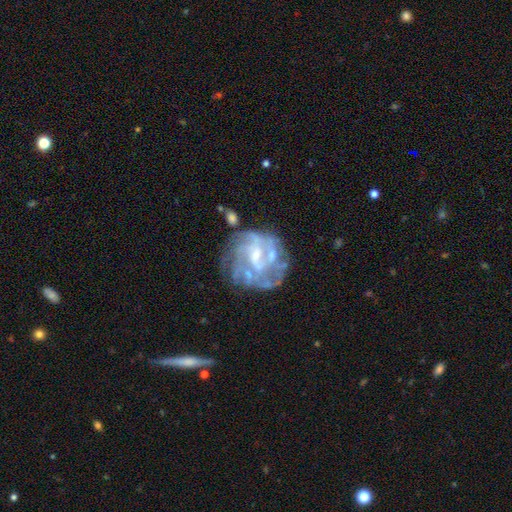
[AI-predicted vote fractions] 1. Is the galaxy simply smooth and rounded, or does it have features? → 79% featured or disk, 12% smooth, 9% star or artifact.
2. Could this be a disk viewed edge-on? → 98% no, 2% yes.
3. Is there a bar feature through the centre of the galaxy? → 52% no, 38% weak, 9% strong.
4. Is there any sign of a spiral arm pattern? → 68% yes, 32% no.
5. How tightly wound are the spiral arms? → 42% tight, 39% medium, 19% loose.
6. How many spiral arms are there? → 43% can't tell, 18% 4, 17% 3, 10% 2, 7% more than 4, 5% 1.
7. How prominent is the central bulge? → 59% small, 23% moderate, 15% none, 2% large, 1% dominant.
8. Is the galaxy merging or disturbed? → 48% none, 22% major disturbance, 19% minor disturbance, 10% merger.